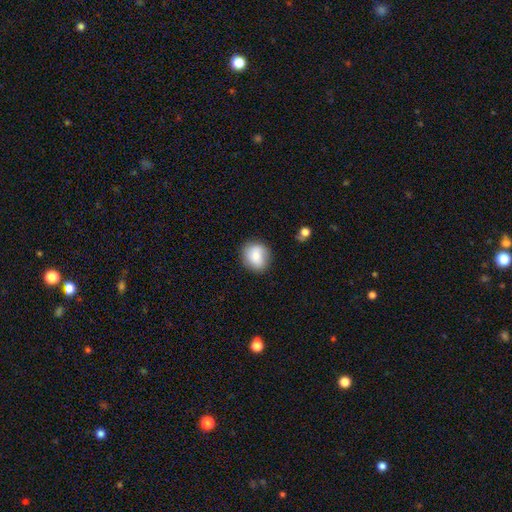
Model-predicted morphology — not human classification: A smooth galaxy with no disk features (75%) that is round (77%). Merging: none (81%).